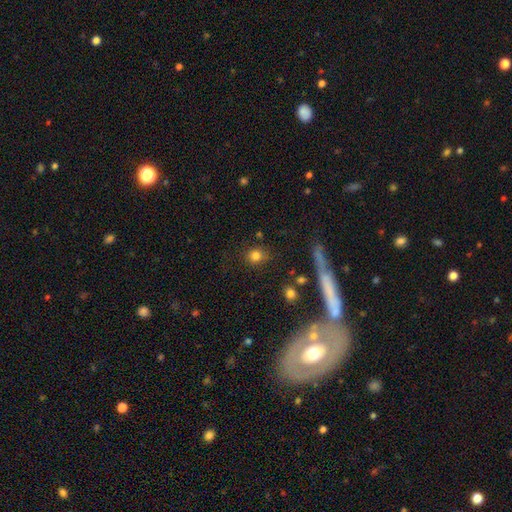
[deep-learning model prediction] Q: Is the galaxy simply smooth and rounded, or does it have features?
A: smooth — 81%.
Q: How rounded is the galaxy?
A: round — 79%.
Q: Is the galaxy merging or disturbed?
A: none — 80%.